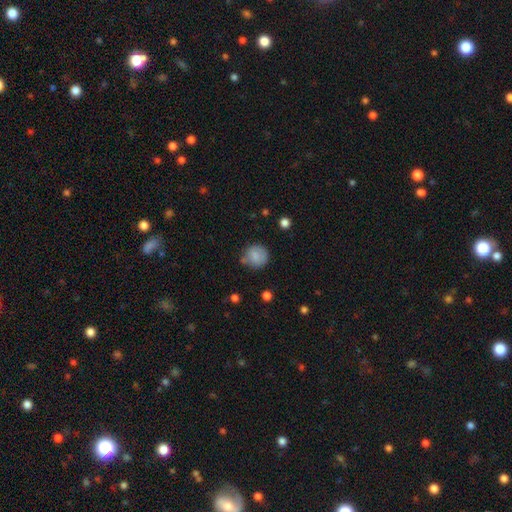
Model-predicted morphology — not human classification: smooth 77%, featured or disk 14%, star or artifact 9%. Down the decision tree: how rounded — round (84%); merging — none (64%).